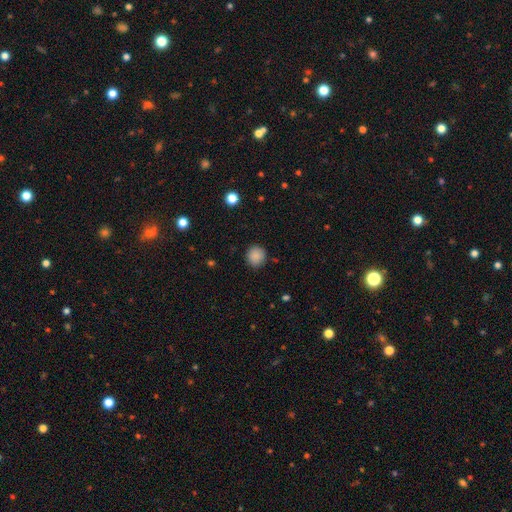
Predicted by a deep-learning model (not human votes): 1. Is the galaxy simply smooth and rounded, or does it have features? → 87% smooth, 9% star or artifact, 3% featured or disk.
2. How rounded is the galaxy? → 89% round, 10% in between, 1% cigar-shaped.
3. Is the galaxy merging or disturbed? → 86% none, 10% minor disturbance, 3% major disturbance, 1% merger.